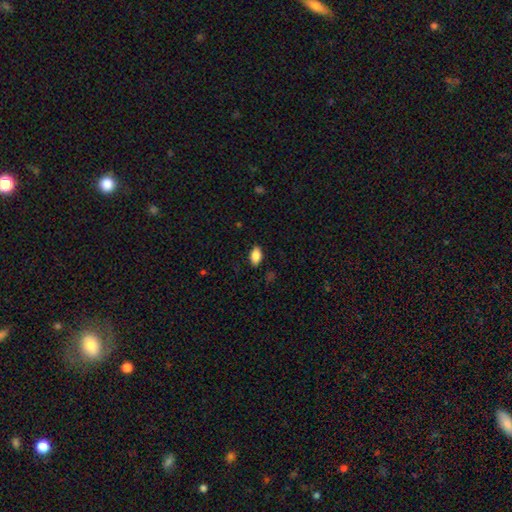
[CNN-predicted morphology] A smooth galaxy with no disk features (87%) that is in between round and cigar-shaped (92%). Merging: none (86%).